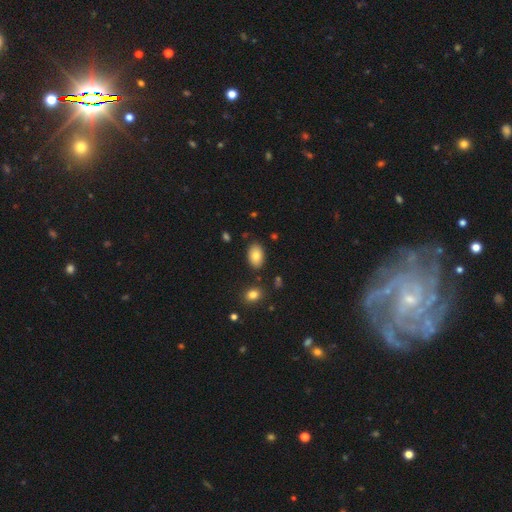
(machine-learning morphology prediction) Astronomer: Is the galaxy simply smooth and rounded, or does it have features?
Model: smooth — 82%.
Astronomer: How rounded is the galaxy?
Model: in between — 89%.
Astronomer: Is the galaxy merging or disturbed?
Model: none — 85%.